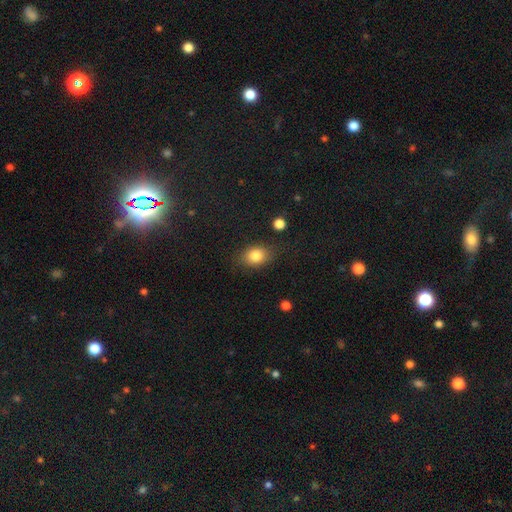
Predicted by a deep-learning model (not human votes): Overall: smooth (82%). How rounded: in between (64%; round 35%). Merging: none (79%).